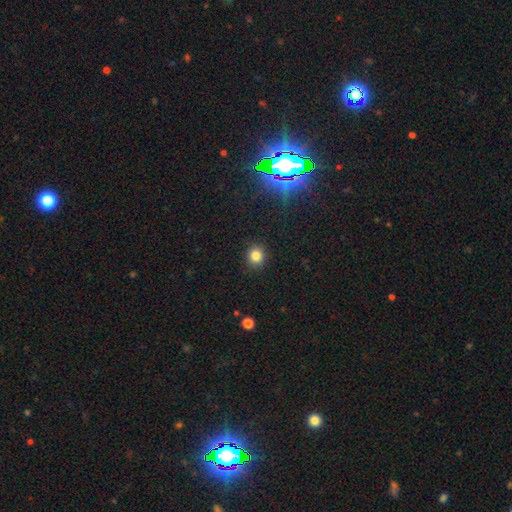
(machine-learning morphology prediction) Q: Smooth or featured?
A: smooth (83%); runner-up: star or artifact (13%)
Q: How rounded?
A: round (87%); runner-up: in between (12%)
Q: Merging?
A: none (90%); runner-up: minor disturbance (7%)